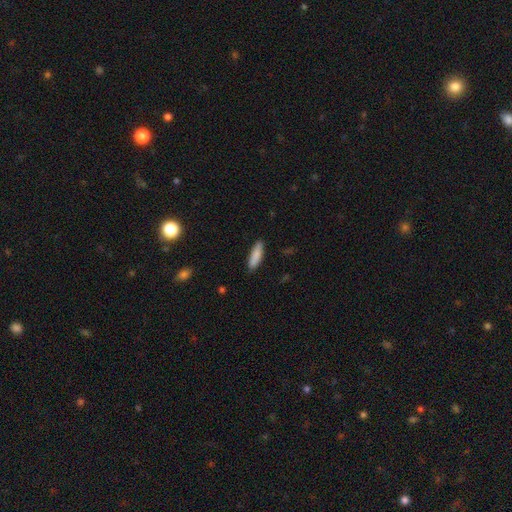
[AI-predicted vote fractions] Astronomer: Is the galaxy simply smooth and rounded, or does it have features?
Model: smooth — 86%.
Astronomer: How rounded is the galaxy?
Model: cigar-shaped — 60% (runner-up: in between, 39%).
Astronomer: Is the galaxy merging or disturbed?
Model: none — 85%.